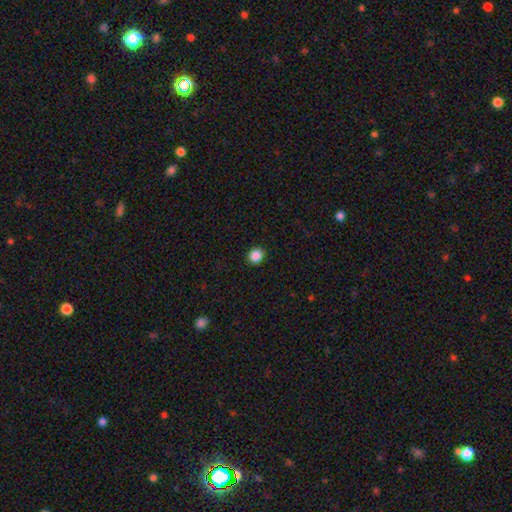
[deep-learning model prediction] smooth_or_featured: smooth (p=0.87) [alt: star or artifact p=0.10]
how_rounded: round (p=0.84) [alt: in between p=0.15]
merging: none (p=0.92) [alt: minor disturbance p=0.06]